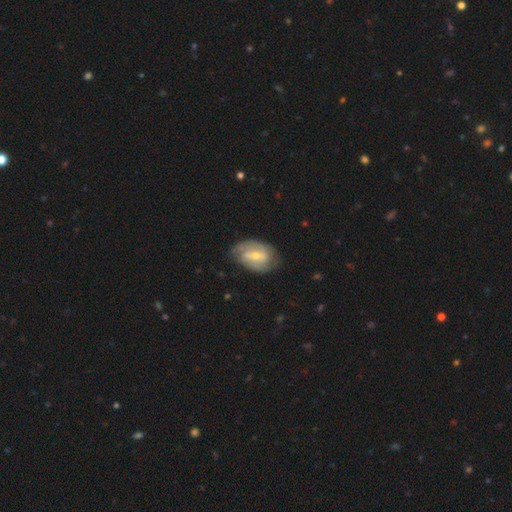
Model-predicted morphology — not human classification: The model was most divided on "bulge size": small: 57%, moderate: 39%, large: 2%, none: 2%, dominant: 1%. Remaining: edge-on disk — no (95%); spiral arms — yes (74%); merging — none (68%); smooth or featured — featured or disk (65%); bar — weak (47%).